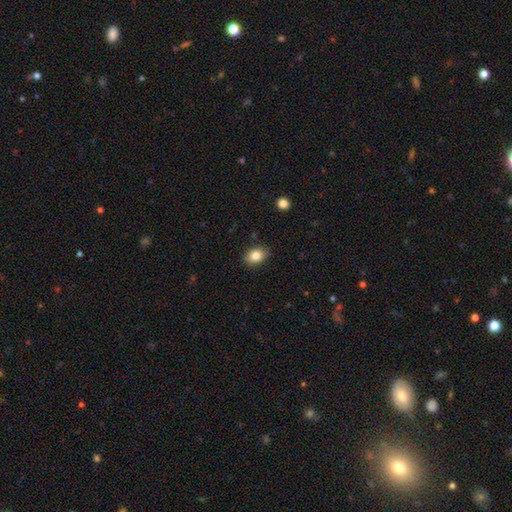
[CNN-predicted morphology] A smooth galaxy with no disk features (84%) that is in between round and cigar-shaped (77%).

Vote fractions:
- Smooth or featured? smooth: 84% / star or artifact: 8% / featured or disk: 8%
- How rounded? in between: 77% / round: 22% / cigar-shaped: 1%
- Merging? none: 86% / minor disturbance: 10% / major disturbance: 2% / merger: 1%